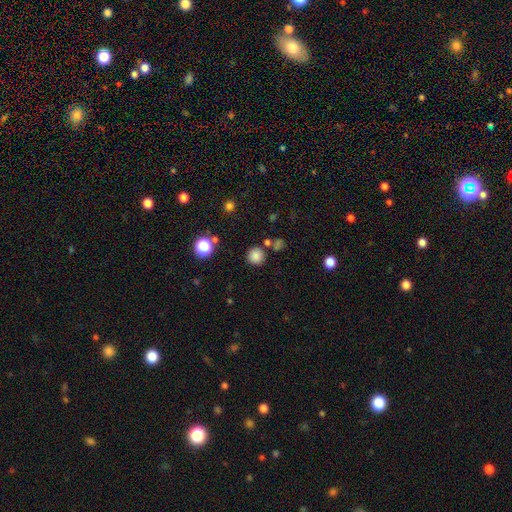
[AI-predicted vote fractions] Overall: smooth (82%). How rounded: round (94%). Merging: none (83%).